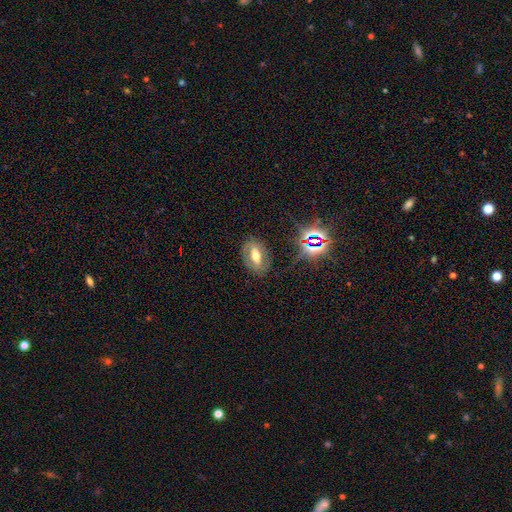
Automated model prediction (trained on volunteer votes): The model was most divided on "smooth or featured": featured or disk: 49%, smooth: 33%, star or artifact: 18%. More confident: merging — none (77%).